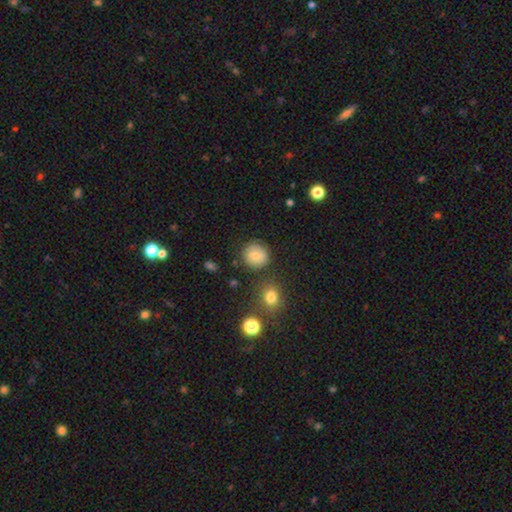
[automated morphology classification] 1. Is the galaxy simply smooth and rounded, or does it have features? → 82% smooth, 10% star or artifact, 7% featured or disk.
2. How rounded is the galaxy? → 90% round, 9% in between, 1% cigar-shaped.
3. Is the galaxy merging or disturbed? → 82% none, 11% minor disturbance, 4% merger, 3% major disturbance.